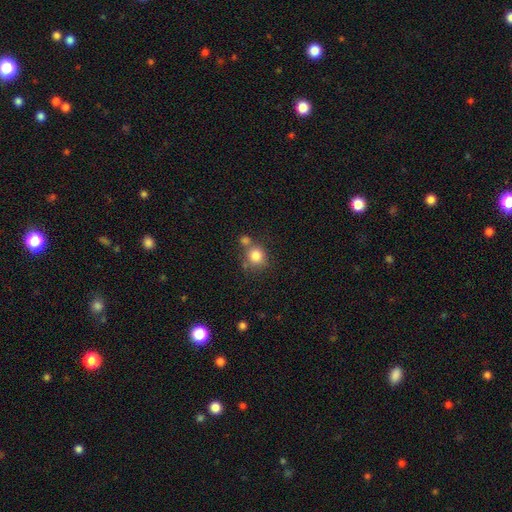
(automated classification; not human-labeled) Smooth or featured: smooth — 81% (star or artifact — 11%)
How rounded: round — 86% (in between — 13%)
Merging: none — 56% (merger — 28%)